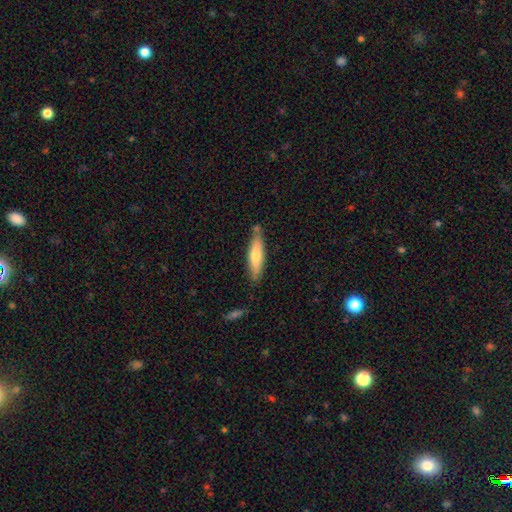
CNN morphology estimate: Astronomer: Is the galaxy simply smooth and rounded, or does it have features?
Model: smooth — 66%.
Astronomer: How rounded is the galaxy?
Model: cigar-shaped — 74%.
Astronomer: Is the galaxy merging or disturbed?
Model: none — 74%.